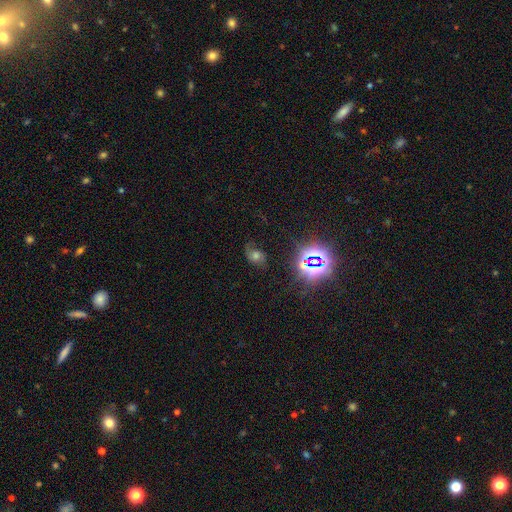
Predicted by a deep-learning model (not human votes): Smooth or featured: star or artifact — 36% (smooth — 33%)